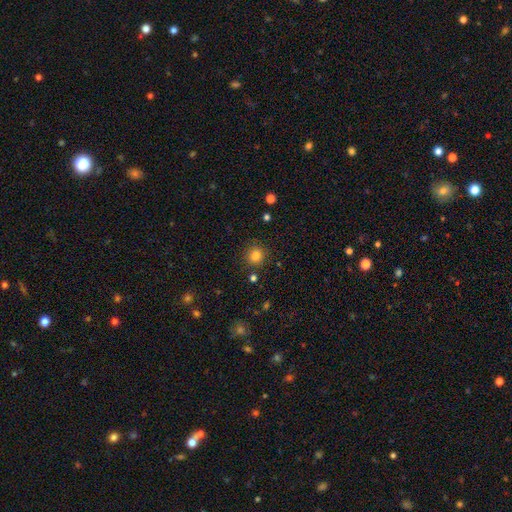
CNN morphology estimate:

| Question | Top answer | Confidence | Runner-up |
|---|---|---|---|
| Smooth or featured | smooth | 82% | star or artifact (13%) |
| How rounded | round | 89% | in between (10%) |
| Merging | none | 87% | minor disturbance (8%) |